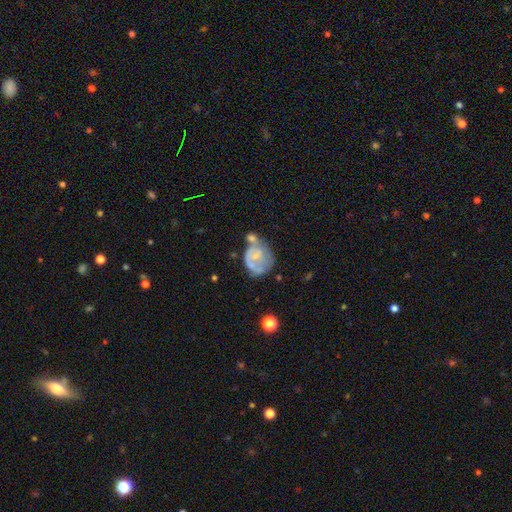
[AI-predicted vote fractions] featured or disk 56%, smooth 37%, star or artifact 8%. Down the decision tree: edge-on disk — no (98%); bar — no (72%); spiral arms — yes (54%); bulge size — small (60%); merging — merger (29%).